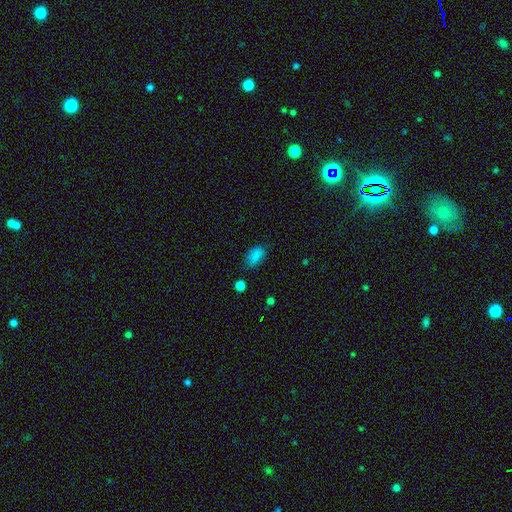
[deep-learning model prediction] smooth-or-featured: smooth: 84% | star or artifact: 10% | featured or disk: 5%
  how-rounded: in between: 90% | round: 7% | cigar-shaped: 3%
  merging: none: 74% | minor disturbance: 19% | major disturbance: 4% | merger: 2%